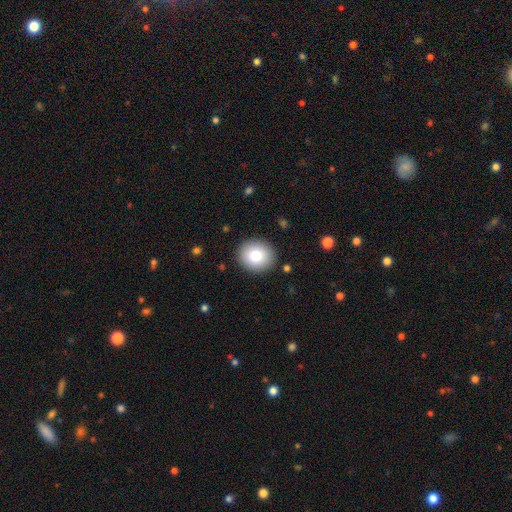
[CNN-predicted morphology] Smooth or featured?
  - smooth: 80% *
  - featured or disk: 11%
  - star or artifact: 9%
How rounded?
  - round: 82% *
  - in between: 17%
  - cigar-shaped: 1%
Merging?
  - none: 90% *
  - minor disturbance: 7%
  - major disturbance: 2%
  - merger: 1%